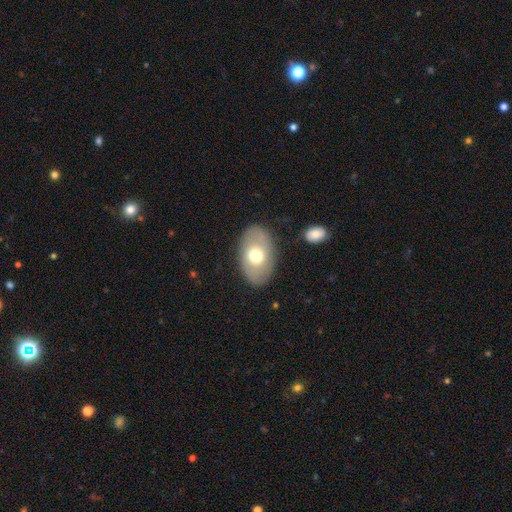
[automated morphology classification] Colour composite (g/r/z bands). It shows a smooth galaxy with no disk features (59%) that is in between round and cigar-shaped (89%). Merging: none (82%).